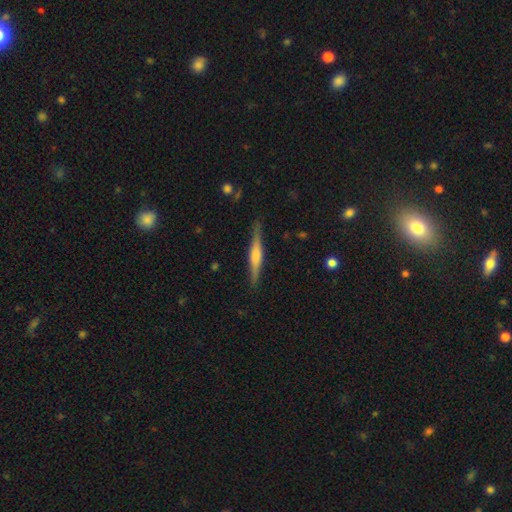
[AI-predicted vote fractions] Q: Smooth or featured?
A: featured or disk (61%); runner-up: smooth (33%)
Q: Edge-on disk?
A: yes (97%); runner-up: no (3%)
Q: Edge-on bulge?
A: rounded (51%); runner-up: boxy (36%)
Q: Merging?
A: none (86%); runner-up: minor disturbance (10%)